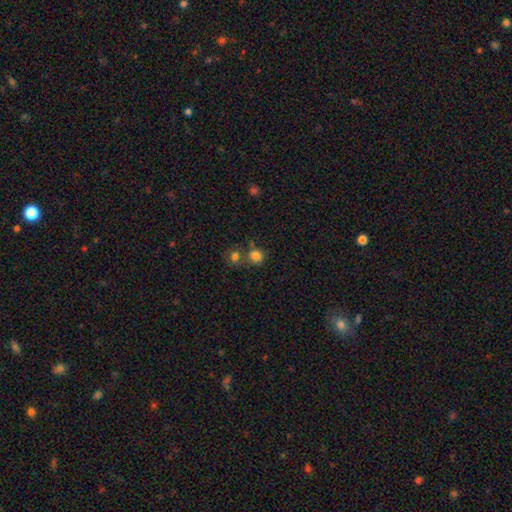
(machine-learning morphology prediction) The model was most divided on "merging": none: 55%, merger: 29%, minor disturbance: 11%, major disturbance: 5%. More confident: smooth or featured — smooth (81%); how rounded — round (77%).